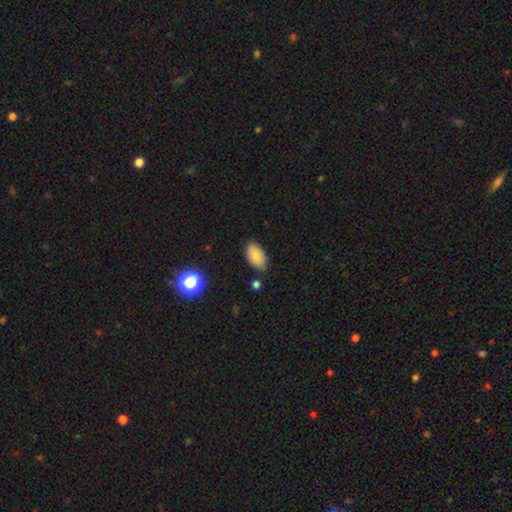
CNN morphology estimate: The model was most divided on "merging": none: 81%, minor disturbance: 14%, major disturbance: 3%, merger: 2%. More confident: how rounded — in between (94%); smooth or featured — smooth (85%).